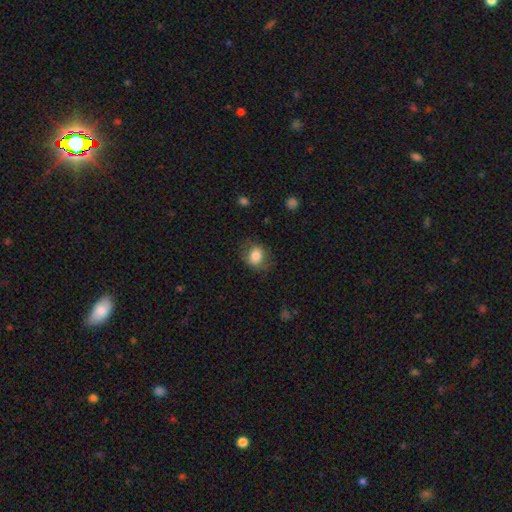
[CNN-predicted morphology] This appears to be a smooth galaxy with no disk features (78%) that is round (57%). Merging: none (71%).